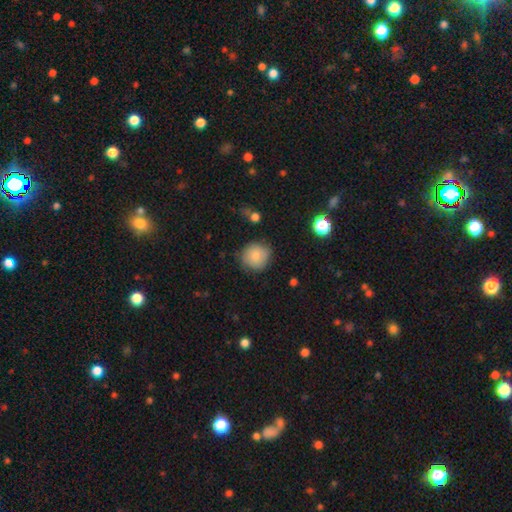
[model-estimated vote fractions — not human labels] smooth_or_featured: smooth (p=0.81) [alt: featured or disk p=0.11]
how_rounded: round (p=0.87) [alt: in between p=0.12]
merging: none (p=0.76) [alt: minor disturbance p=0.19]